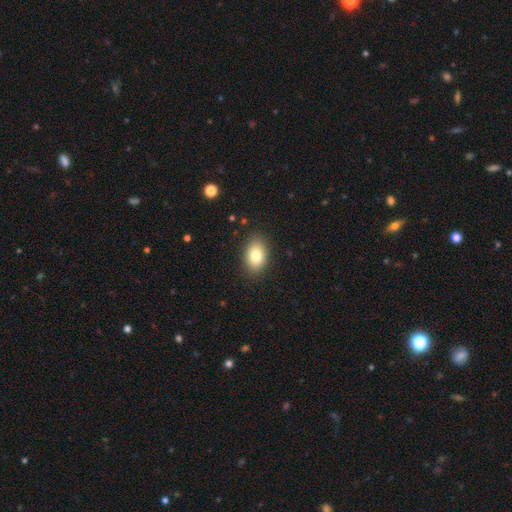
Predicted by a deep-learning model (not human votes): Smooth or featured? Predicted: smooth (p=0.82). How rounded? Predicted: in between (p=0.85). Merging? Predicted: none (p=0.87).